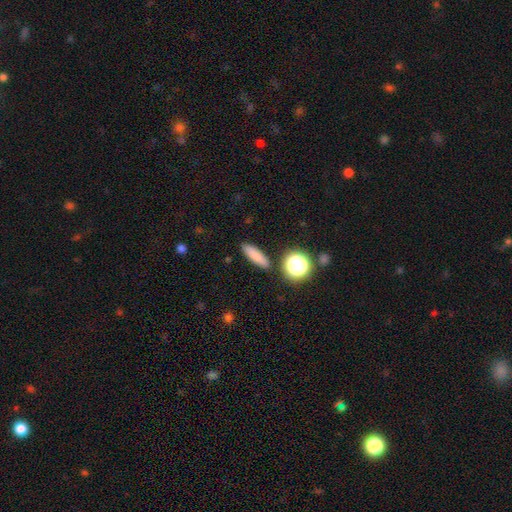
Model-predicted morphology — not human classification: This is likely a smooth galaxy (80%). How rounded: possibly cigar-shaped (57%). Merging: clearly none (87%).